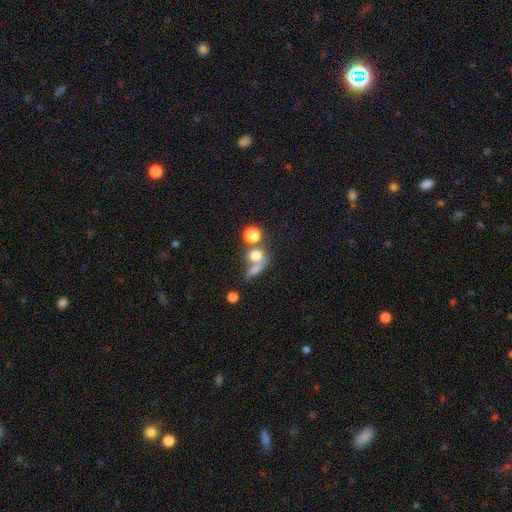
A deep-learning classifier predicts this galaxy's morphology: type=smooth (71%); roundness=round (65%); merging=merger (40%).